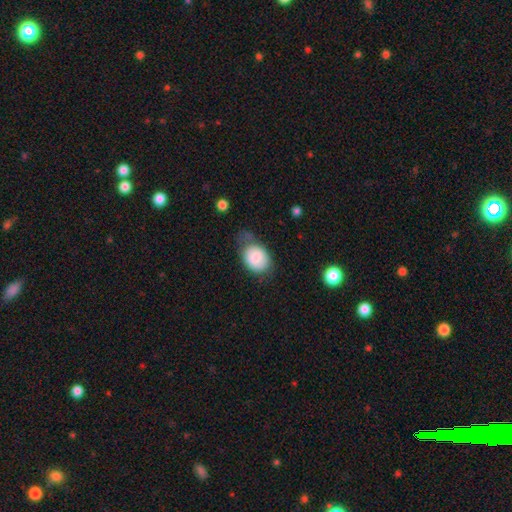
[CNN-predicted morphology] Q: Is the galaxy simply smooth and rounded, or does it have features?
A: smooth — 81%.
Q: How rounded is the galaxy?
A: in between — 64%.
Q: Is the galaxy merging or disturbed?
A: none — 40%.